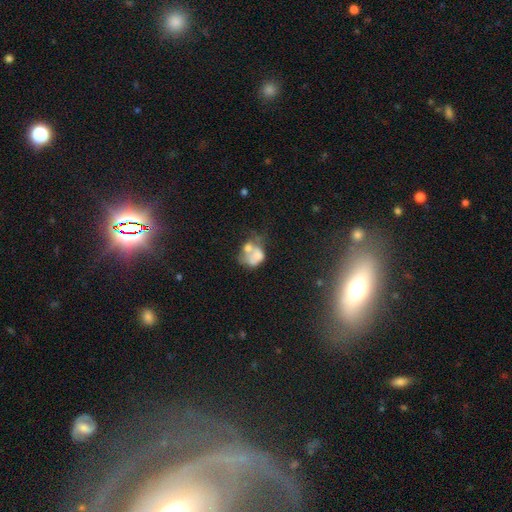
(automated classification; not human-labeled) Smooth or featured?
  - smooth: 47% *
  - featured or disk: 41%
  - star or artifact: 12%
Merging?
  - merger: 50% *
  - major disturbance: 19%
  - none: 18%
  - minor disturbance: 13%